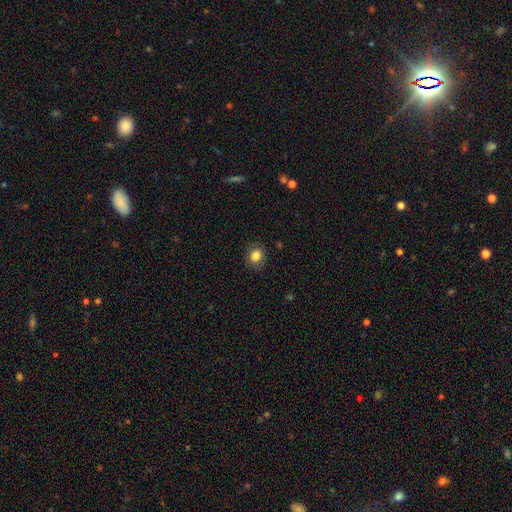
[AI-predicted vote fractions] smooth-or-featured: smooth: 82% | star or artifact: 10% | featured or disk: 8%
  how-rounded: round: 63% | in between: 36% | cigar-shaped: 1%
  merging: none: 85% | minor disturbance: 11% | major disturbance: 3% | merger: 1%